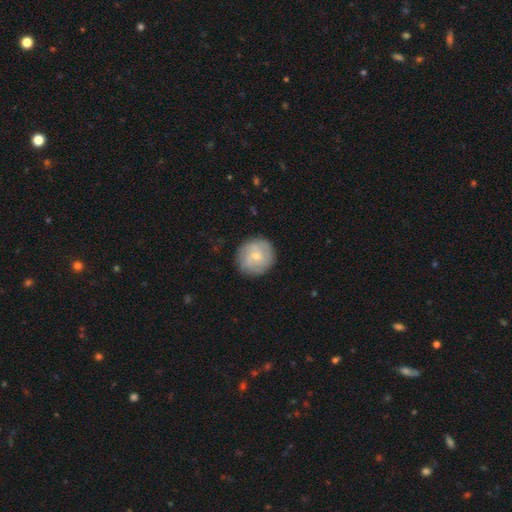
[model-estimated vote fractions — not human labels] Q: Smooth or featured?
A: smooth (52%); runner-up: featured or disk (41%)
Q: How rounded?
A: round (92%); runner-up: in between (7%)
Q: Merging?
A: none (84%); runner-up: minor disturbance (12%)